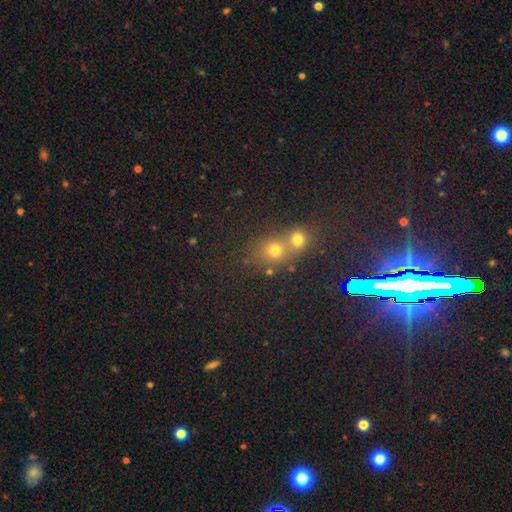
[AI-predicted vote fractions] Smooth or featured: star or artifact — 54% (smooth — 33%)